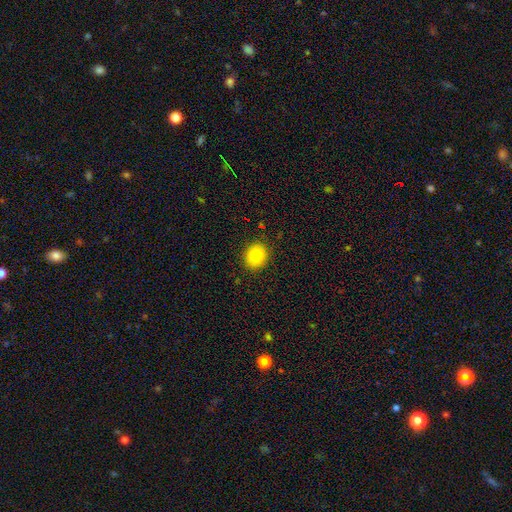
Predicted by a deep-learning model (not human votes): smooth 80%, star or artifact 11%, featured or disk 9%. Down the decision tree: how rounded — round (73%); merging — none (90%).